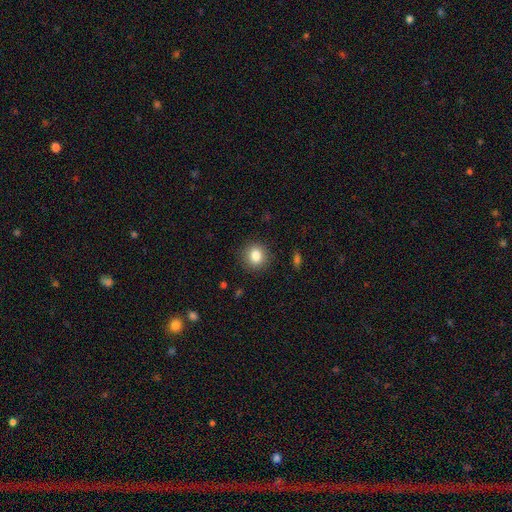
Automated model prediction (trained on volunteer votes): Morphology: type=smooth (84%); roundness=round (82%); merging=none (89%).